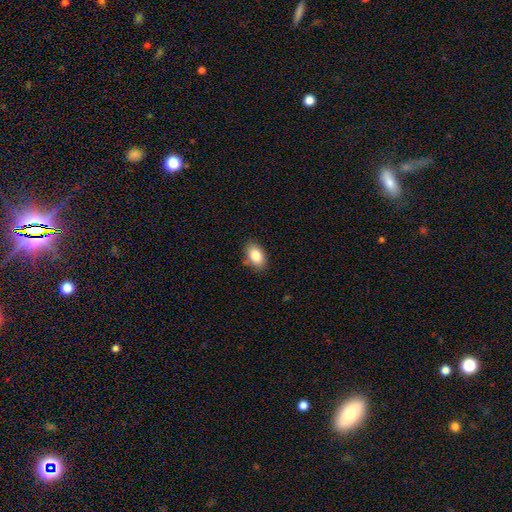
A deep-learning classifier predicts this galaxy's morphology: A smooth galaxy with no disk features (84%) that is in between round and cigar-shaped (90%).

Vote fractions:
- Smooth or featured? smooth: 84% / featured or disk: 8% / star or artifact: 8%
- How rounded? in between: 90% / round: 8% / cigar-shaped: 2%
- Merging? none: 82% / minor disturbance: 13% / major disturbance: 3% / merger: 2%